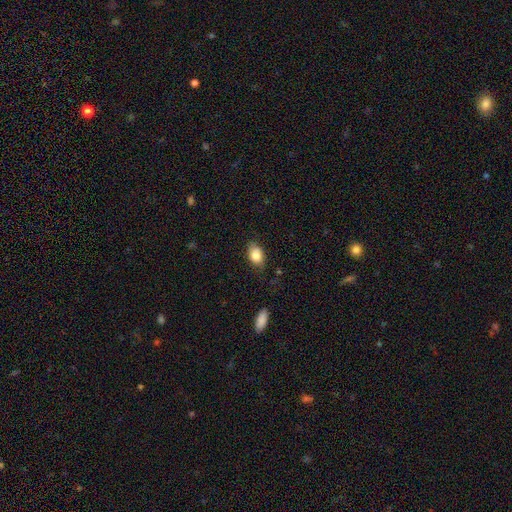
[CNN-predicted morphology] Smooth or featured: smooth — 83% (featured or disk — 9%)
How rounded: in between — 86% (round — 13%)
Merging: none — 77% (minor disturbance — 18%)